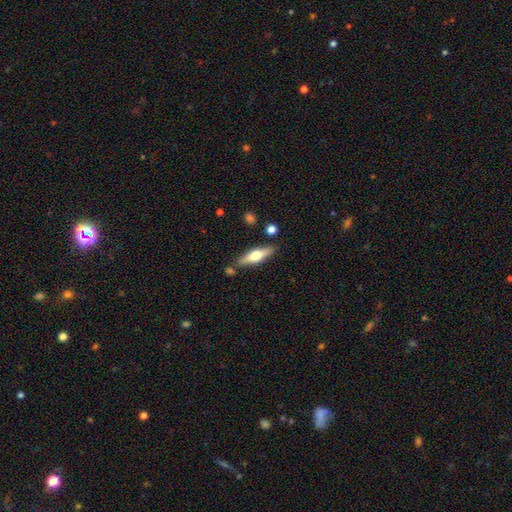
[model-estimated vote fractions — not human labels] This is possibly a featured or disk galaxy (52%). It is clearly viewed edge-on (92%). Merging: clearly none (81%).